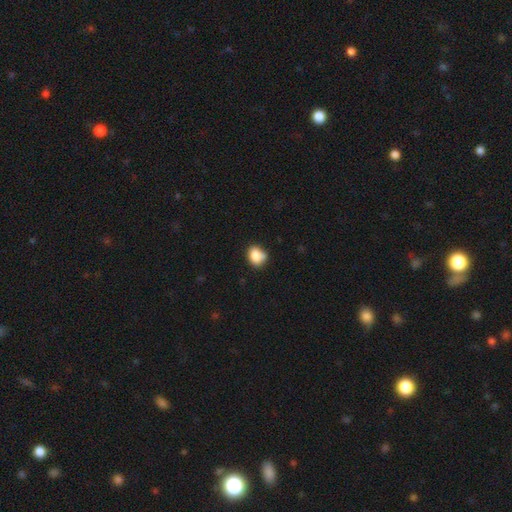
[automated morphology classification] This appears to be a smooth galaxy with no disk features (82%) that is round (53%). Merging: none (55%).